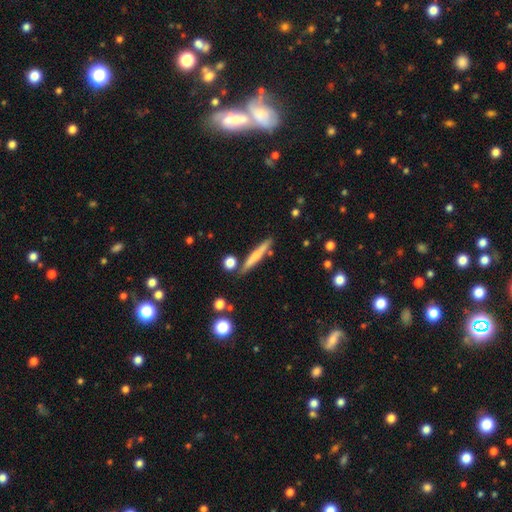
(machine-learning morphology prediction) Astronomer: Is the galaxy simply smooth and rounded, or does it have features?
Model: smooth — 54% (runner-up: featured or disk, 39%).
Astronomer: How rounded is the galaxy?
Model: cigar-shaped — 92%.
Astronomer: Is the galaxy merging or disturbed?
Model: none — 80%.